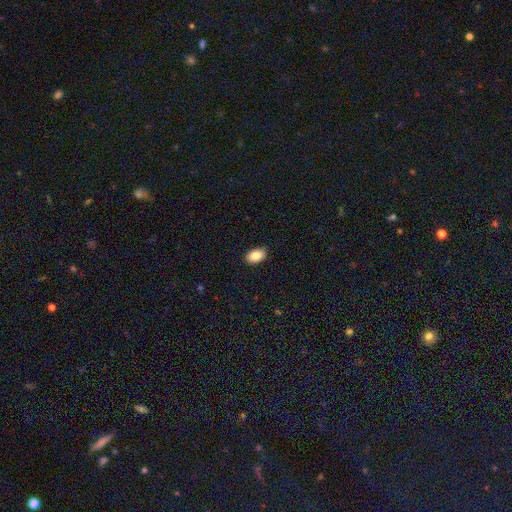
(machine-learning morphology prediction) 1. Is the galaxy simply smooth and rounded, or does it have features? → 88% smooth, 7% star or artifact, 5% featured or disk.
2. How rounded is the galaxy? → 91% in between, 8% round, 1% cigar-shaped.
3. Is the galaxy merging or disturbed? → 87% none, 10% minor disturbance, 2% major disturbance, 1% merger.